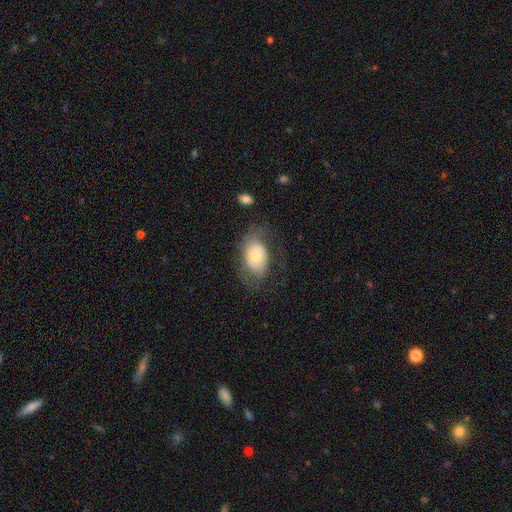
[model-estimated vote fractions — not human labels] Morphology: type=smooth (57%); roundness=in between (84%); merging=none (53%).